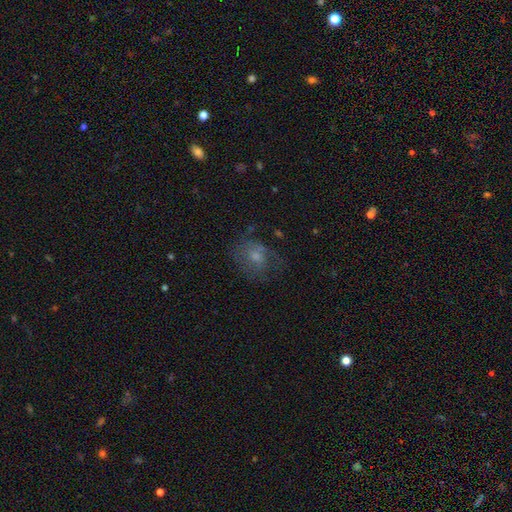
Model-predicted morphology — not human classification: This is possibly a smooth galaxy (50%). How rounded: possibly round (51%). Merging: possibly none (53%).